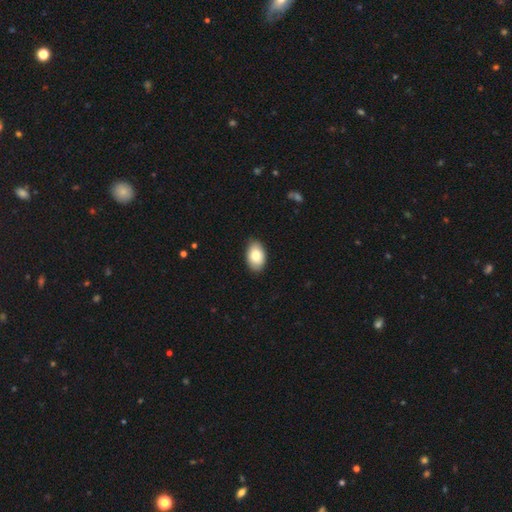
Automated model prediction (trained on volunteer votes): Smooth or featured?
  - smooth: 83% *
  - featured or disk: 11%
  - star or artifact: 7%
How rounded?
  - in between: 90% *
  - round: 9%
  - cigar-shaped: 1%
Merging?
  - none: 86% *
  - minor disturbance: 11%
  - major disturbance: 2%
  - merger: 1%